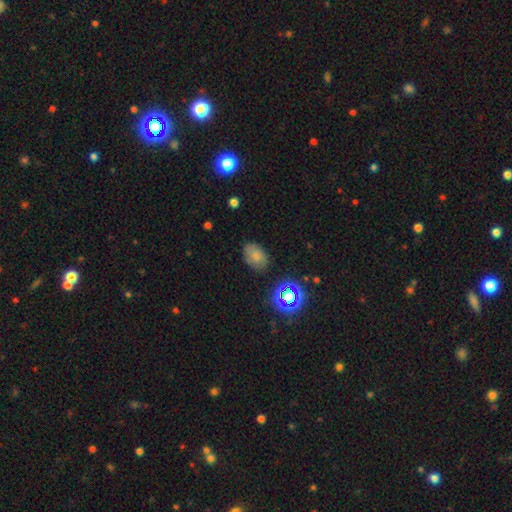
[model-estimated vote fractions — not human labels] A smooth galaxy with no disk features (72%) that is in between round and cigar-shaped (79%). Merging: none (79%).